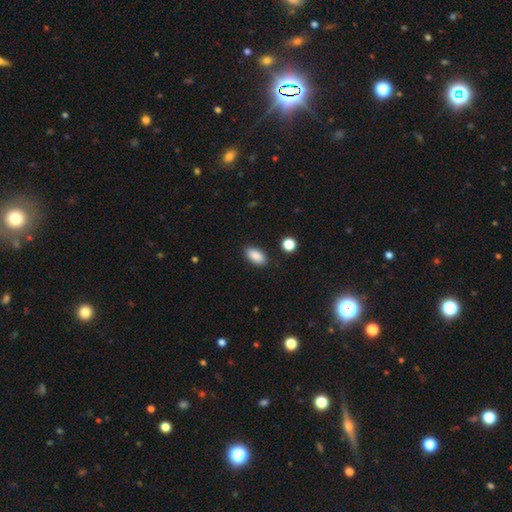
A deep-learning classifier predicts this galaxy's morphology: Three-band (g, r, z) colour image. It shows a smooth galaxy with no disk features (88%) that is in between round and cigar-shaped (92%). Merging: none (88%).